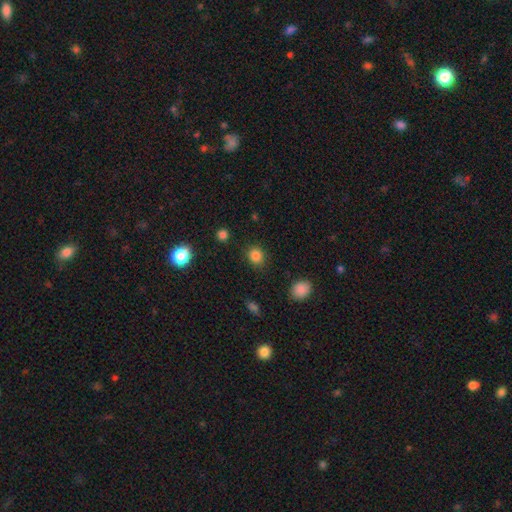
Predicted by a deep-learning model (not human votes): smooth 84%, star or artifact 12%, featured or disk 4%. Down the decision tree: how rounded — round (80%); merging — none (88%).